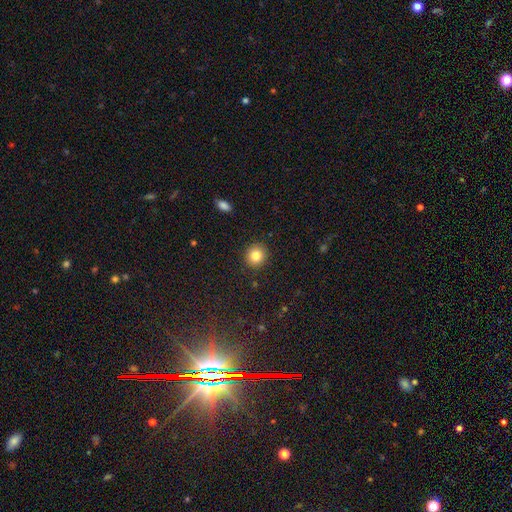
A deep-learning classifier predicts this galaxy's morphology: Smooth or featured? smooth (83%)
How rounded? round (89%)
Merging? none (91%)